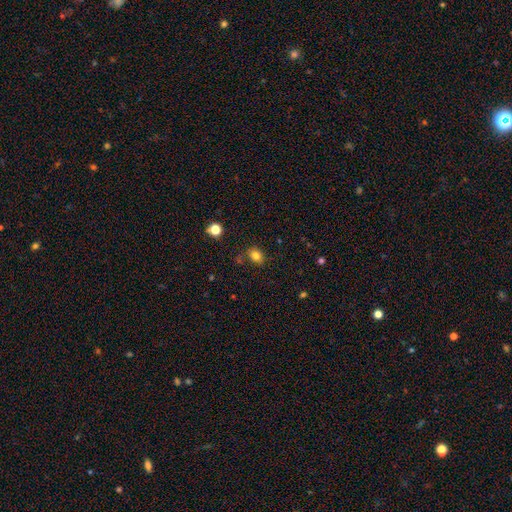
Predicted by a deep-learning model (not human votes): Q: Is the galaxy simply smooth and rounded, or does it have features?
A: smooth — 81%.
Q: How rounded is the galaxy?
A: in between — 56%.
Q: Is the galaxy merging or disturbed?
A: none — 76%.